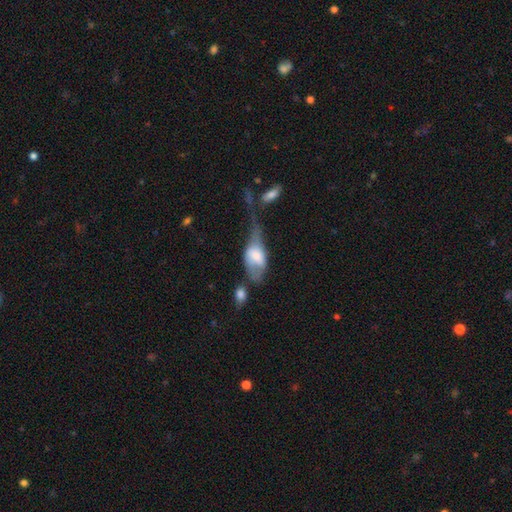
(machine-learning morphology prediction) This appears to be a smooth galaxy with no disk features (56%) that is in between round and cigar-shaped (89%). Merging: major disturbance (48%).